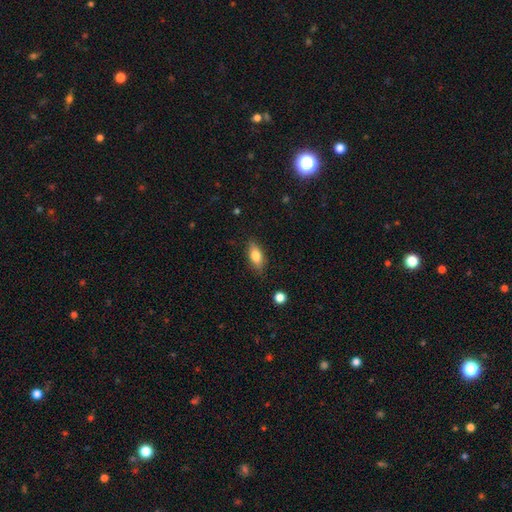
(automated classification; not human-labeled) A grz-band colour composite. It shows a smooth galaxy with no disk features (79%) that is in between round and cigar-shaped (82%). Merging: none (82%).